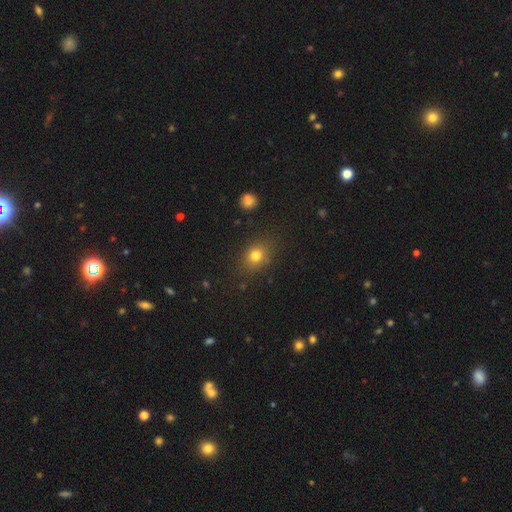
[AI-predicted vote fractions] Smooth or featured? Predicted: smooth (p=0.78). How rounded? Predicted: round (p=0.52). Merging? Predicted: none (p=0.81).